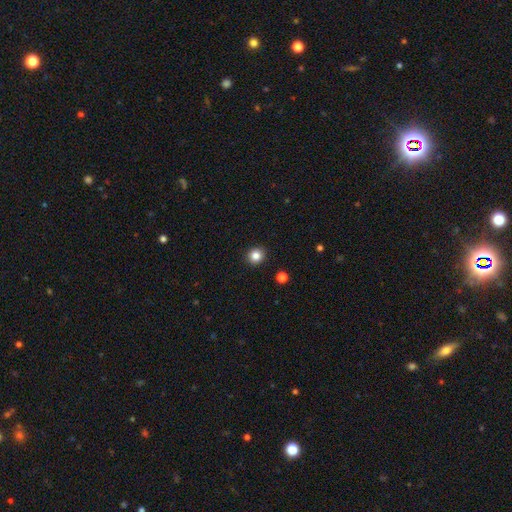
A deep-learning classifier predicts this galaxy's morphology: smooth-or-featured: smooth: 83% | star or artifact: 11% | featured or disk: 5%
  how-rounded: round: 87% | in between: 12% | cigar-shaped: 1%
  merging: none: 92% | minor disturbance: 5% | major disturbance: 2% | merger: 1%